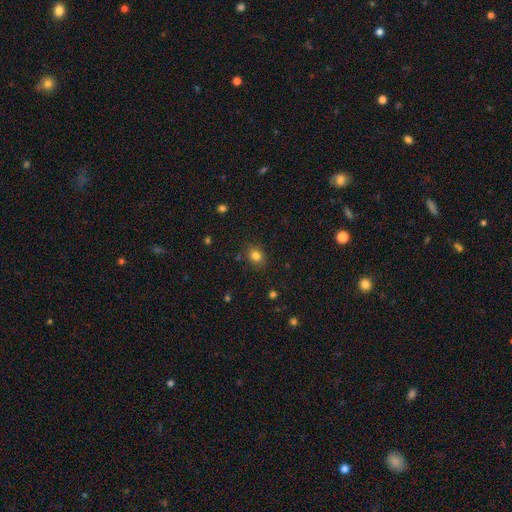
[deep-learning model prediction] Overall: smooth (81%). How rounded: round (64%; in between 35%). Merging: none (84%).